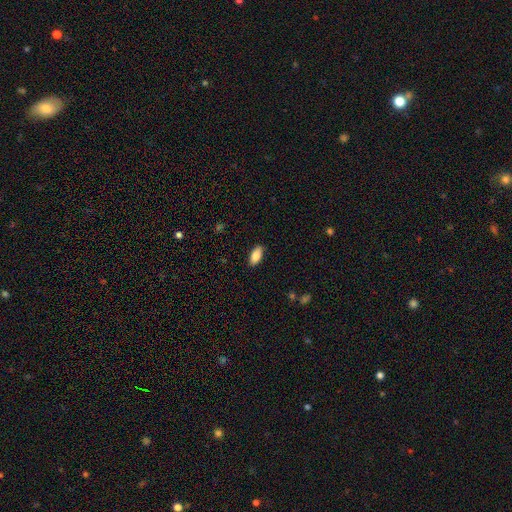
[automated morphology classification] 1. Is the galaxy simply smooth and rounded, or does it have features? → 85% smooth, 8% featured or disk, 7% star or artifact.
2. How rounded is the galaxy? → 91% in between, 7% cigar-shaped, 2% round.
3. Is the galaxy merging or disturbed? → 87% none, 10% minor disturbance, 2% major disturbance, 1% merger.